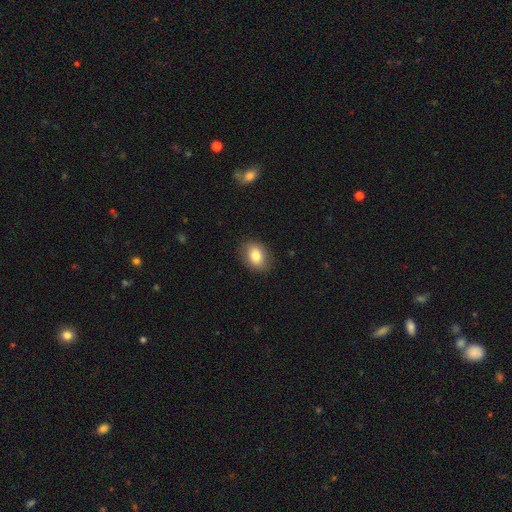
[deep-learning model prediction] Overall: smooth (81%). How rounded: in between (69%; round 30%). Merging: none (87%).